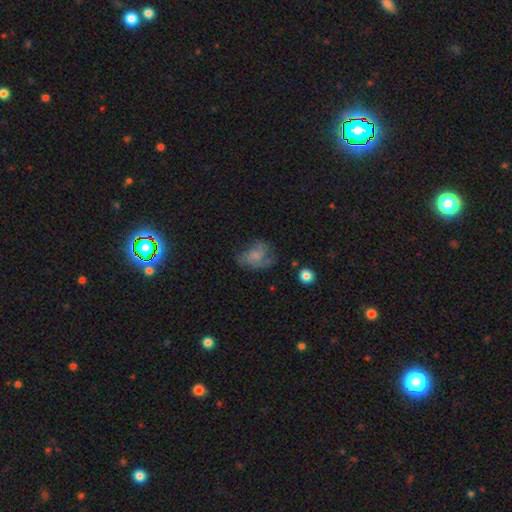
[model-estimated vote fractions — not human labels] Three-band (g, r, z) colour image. It shows a smooth galaxy with no disk features (45%, tied with featured or disk). Merging: none (45%).